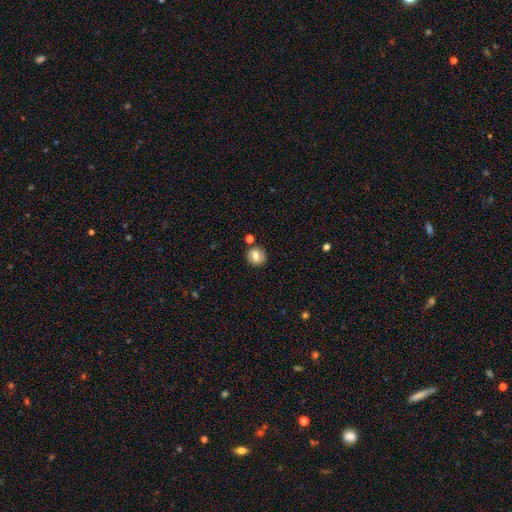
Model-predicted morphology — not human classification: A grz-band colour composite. It shows a smooth galaxy with no disk features (69%) that is round (84%). Merging: none (81%).